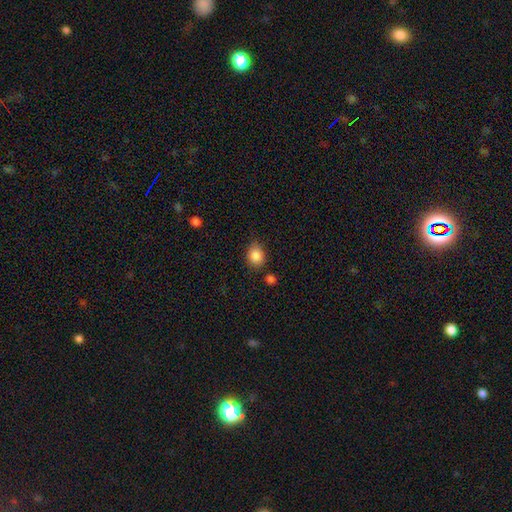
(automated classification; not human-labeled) Smooth or featured? Predicted: smooth (p=0.87). How rounded? Predicted: round (p=0.53). Merging? Predicted: none (p=0.74).